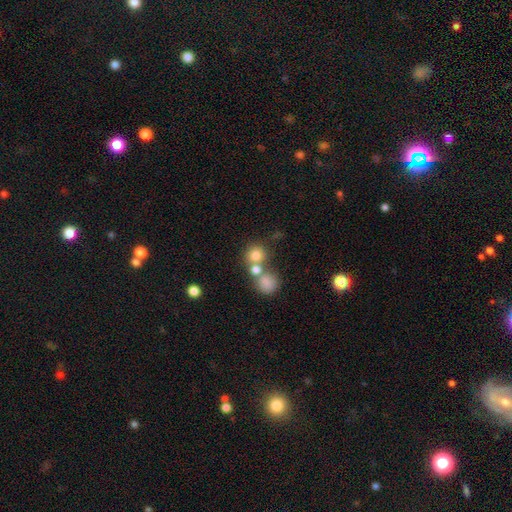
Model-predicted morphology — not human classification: smooth 76%, star or artifact 13%, featured or disk 11%. Down the decision tree: how rounded — round (87%); merging — none (49%).